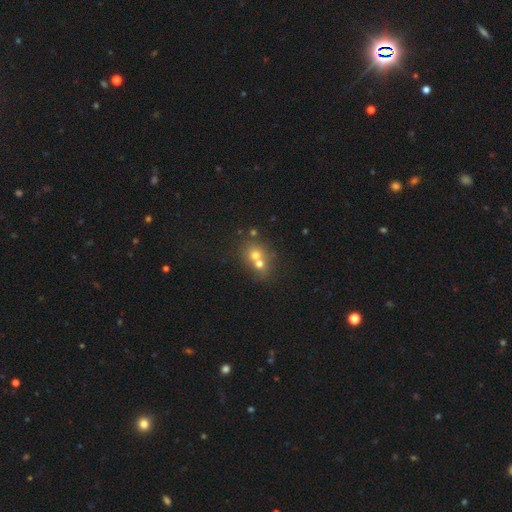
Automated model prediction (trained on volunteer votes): smooth-or-featured: smooth: 63% | featured or disk: 22% | star or artifact: 15%
  how-rounded: round: 74% | in between: 25% | cigar-shaped: 1%
  merging: merger: 61% | none: 31% | minor disturbance: 6% | major disturbance: 3%